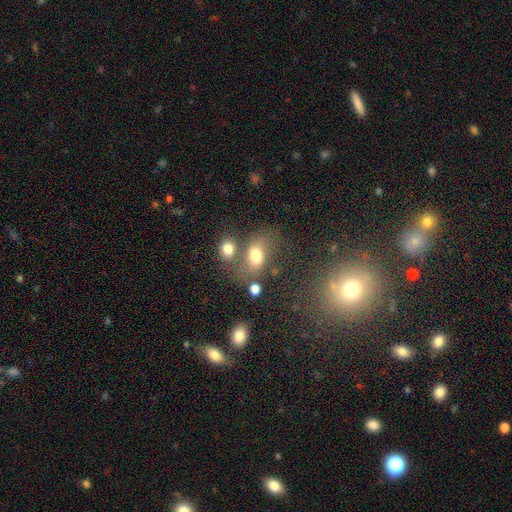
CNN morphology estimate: Overall: smooth (70%). How rounded: in between (74%). Merging: none (43%; merger 26%).